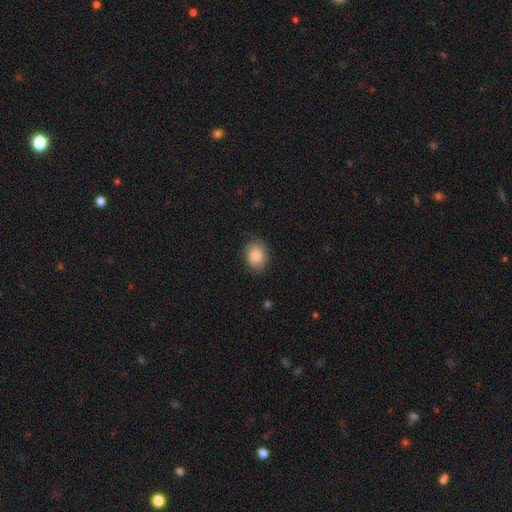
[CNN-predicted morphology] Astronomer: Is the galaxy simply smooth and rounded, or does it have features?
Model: smooth — 86%.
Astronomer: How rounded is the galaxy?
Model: in between — 60% (runner-up: round, 39%).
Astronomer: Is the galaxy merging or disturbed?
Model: none — 85%.